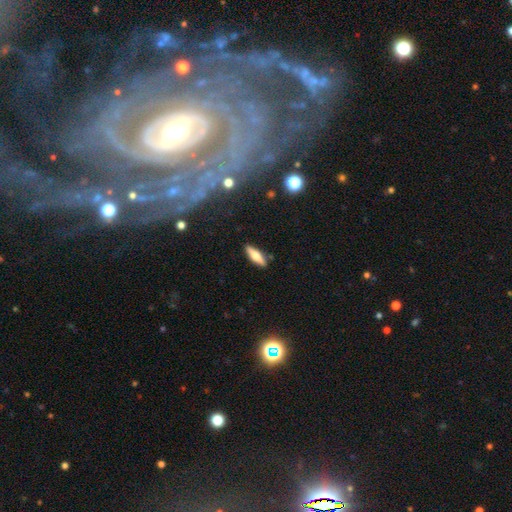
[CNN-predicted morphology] Smooth or featured? smooth (55%)
How rounded? cigar-shaped (57%)
Merging? none (87%)